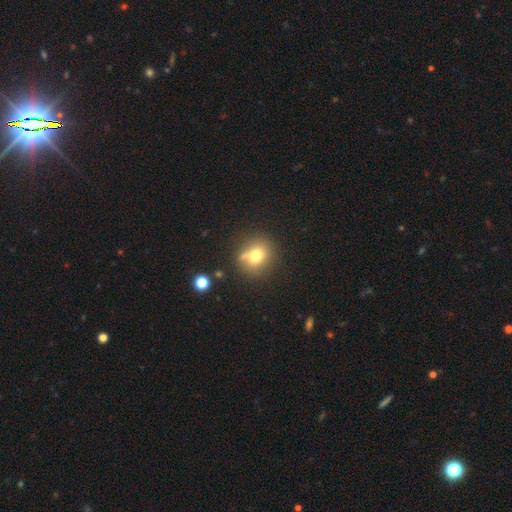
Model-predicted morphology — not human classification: Q: Smooth or featured?
A: smooth (73%); runner-up: star or artifact (13%)
Q: How rounded?
A: round (77%); runner-up: in between (22%)
Q: Merging?
A: none (65%); runner-up: minor disturbance (16%)